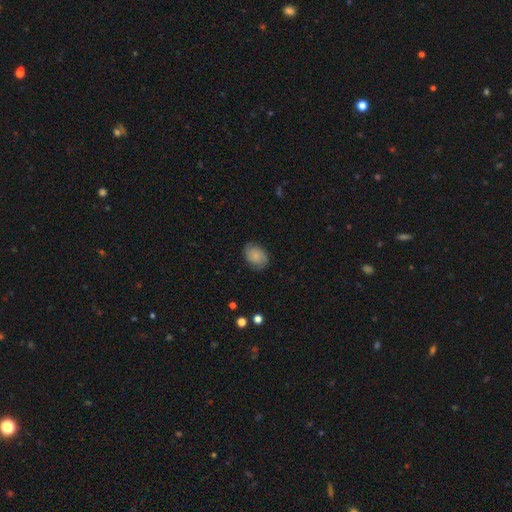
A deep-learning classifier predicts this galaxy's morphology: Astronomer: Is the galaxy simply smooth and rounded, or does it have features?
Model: smooth — 64%.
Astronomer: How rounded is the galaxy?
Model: in between — 74%.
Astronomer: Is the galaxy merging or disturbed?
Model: none — 77%.